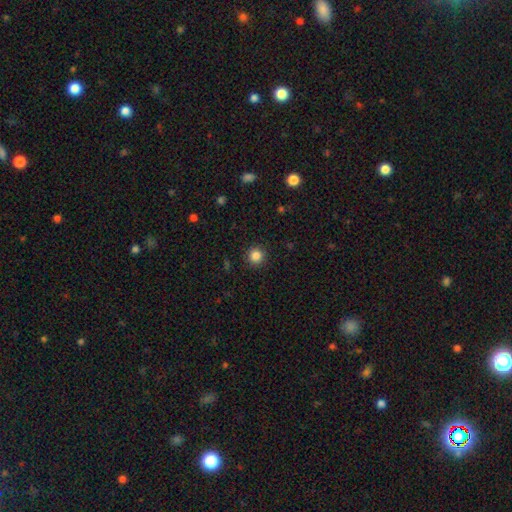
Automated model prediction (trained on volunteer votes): This appears to be a smooth galaxy with no disk features (85%) that is round (94%). Merging: none (91%).